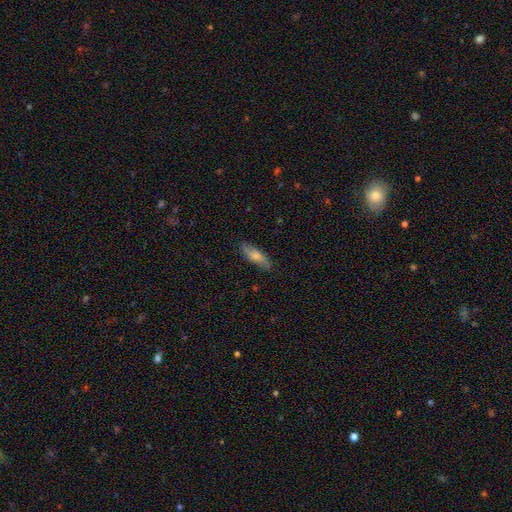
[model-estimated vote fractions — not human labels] Overall: smooth (66%; featured or disk 27%). How rounded: in between (52%; cigar-shaped 45%). Merging: none (82%).